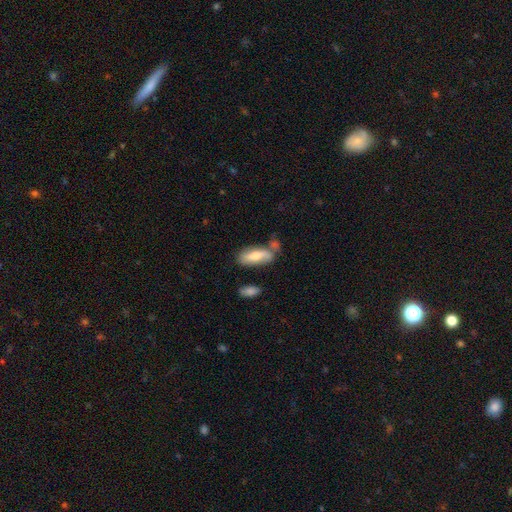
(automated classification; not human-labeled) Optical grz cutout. It shows a smooth galaxy with no disk features (60%) that is in between round and cigar-shaped (73%). Merging: none (54%).